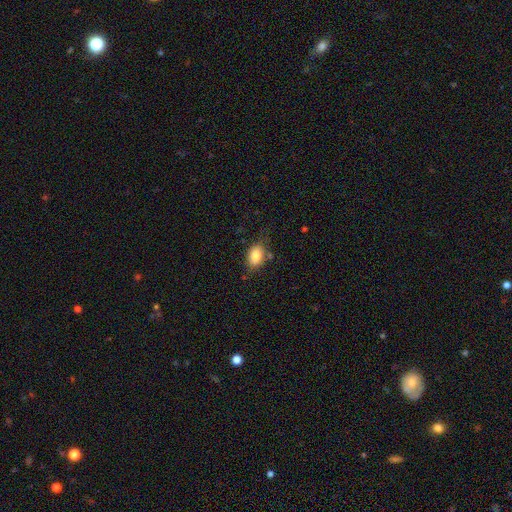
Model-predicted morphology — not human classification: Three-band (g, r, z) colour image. It shows a smooth galaxy with no disk features (83%) that is in between round and cigar-shaped (85%). Merging: none (69%).